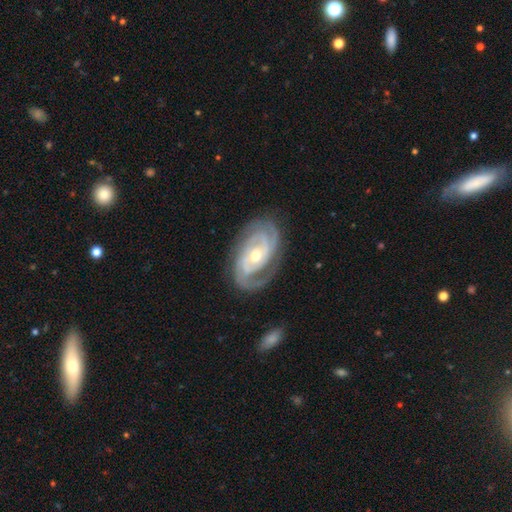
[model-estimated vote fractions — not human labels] Morphology: type=featured or disk (92%); edge-on=no (97%); bar=no (58%); spiral arms=yes (98%); winding=tight (67%); arm count=2 (42%); bulge=moderate (64%); merging=none (77%).